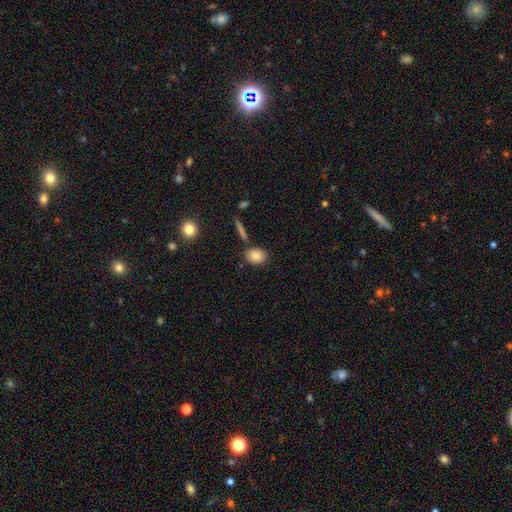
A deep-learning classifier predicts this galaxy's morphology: This appears to be a smooth galaxy with no disk features (84%) that is in between round and cigar-shaped (63%). Merging: none (78%).